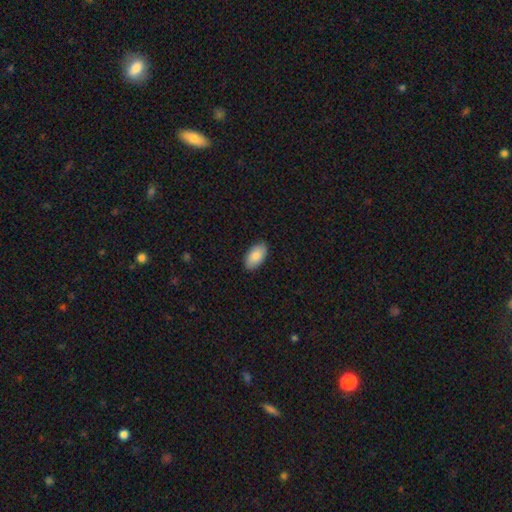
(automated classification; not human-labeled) A smooth galaxy with no disk features (88%) that is in between round and cigar-shaped (96%). Merging: none (89%).